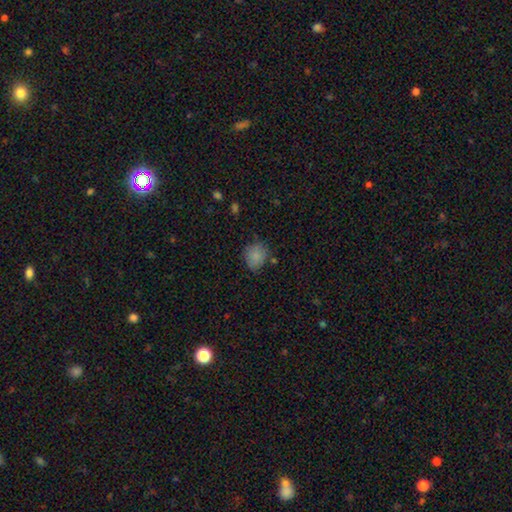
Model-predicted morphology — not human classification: Smooth or featured?
  - smooth: 83% *
  - star or artifact: 10%
  - featured or disk: 7%
How rounded?
  - round: 70% *
  - in between: 29%
  - cigar-shaped: 1%
Merging?
  - none: 71% *
  - minor disturbance: 21%
  - major disturbance: 5%
  - merger: 3%